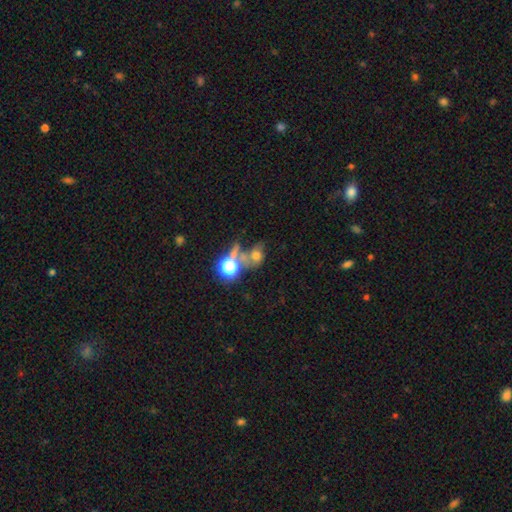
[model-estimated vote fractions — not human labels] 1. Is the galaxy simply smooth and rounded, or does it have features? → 52% smooth, 25% star or artifact, 23% featured or disk.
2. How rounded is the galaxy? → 55% round, 42% in between, 2% cigar-shaped.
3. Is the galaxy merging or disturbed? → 38% merger, 30% none, 20% major disturbance, 12% minor disturbance.